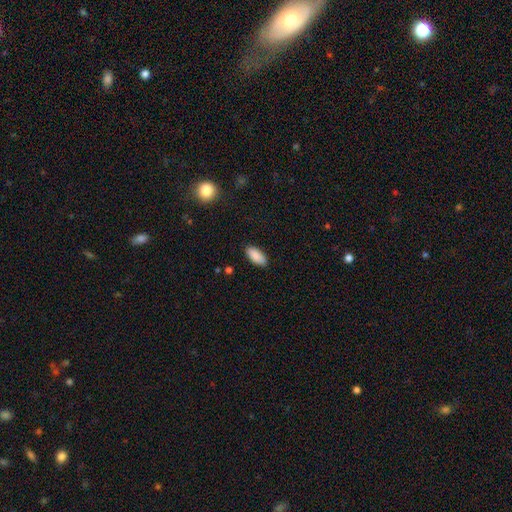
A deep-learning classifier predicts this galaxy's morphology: Smooth or featured?
  - smooth: 90% *
  - star or artifact: 6%
  - featured or disk: 4%
How rounded?
  - in between: 87% *
  - cigar-shaped: 11%
  - round: 2%
Merging?
  - none: 88% *
  - minor disturbance: 9%
  - major disturbance: 2%
  - merger: 1%